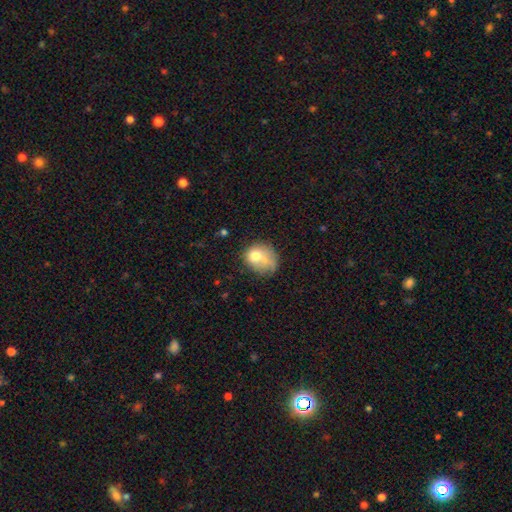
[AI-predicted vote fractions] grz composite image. It shows a smooth galaxy with no disk features (70%) that is round (61%). Merging: none (35%).